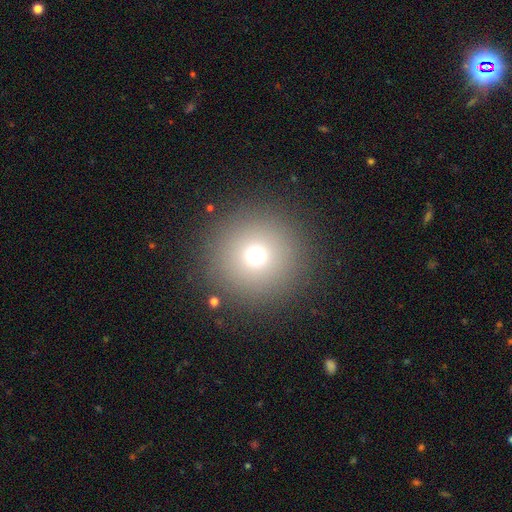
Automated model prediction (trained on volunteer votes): A smooth galaxy with no disk features (71%) that is round (97%).

Vote fractions:
- Smooth or featured? smooth: 71% / star or artifact: 19% / featured or disk: 11%
- How rounded? round: 97% / in between: 3% / cigar-shaped: 1%
- Merging? none: 90% / minor disturbance: 5% / major disturbance: 3% / merger: 1%